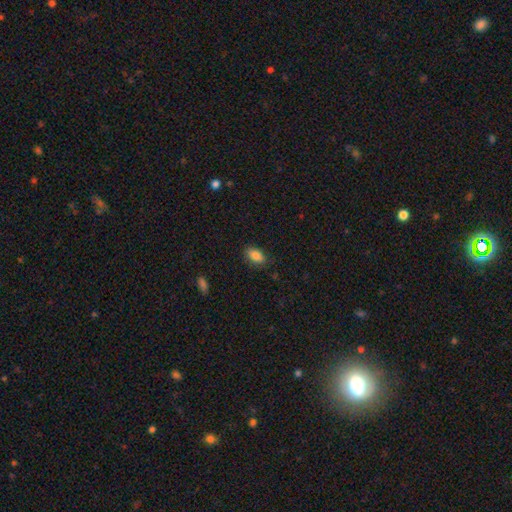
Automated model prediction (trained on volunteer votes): smooth_or_featured: smooth (p=0.85) [alt: star or artifact p=0.08]
how_rounded: in between (p=0.90) [alt: round p=0.07]
merging: none (p=0.80) [alt: minor disturbance p=0.15]